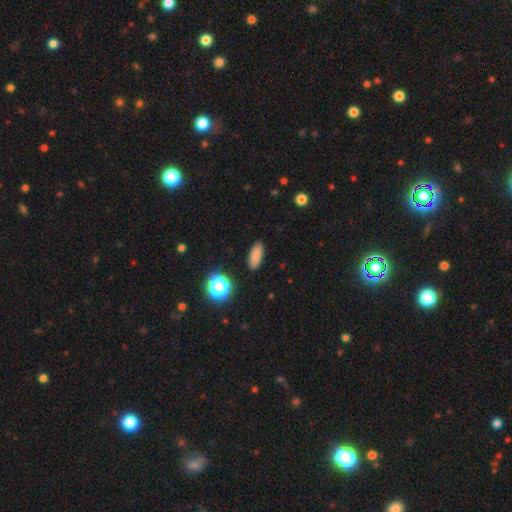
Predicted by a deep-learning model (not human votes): A smooth galaxy with no disk features (83%) that is in between round and cigar-shaped (75%). Merging: none (88%).